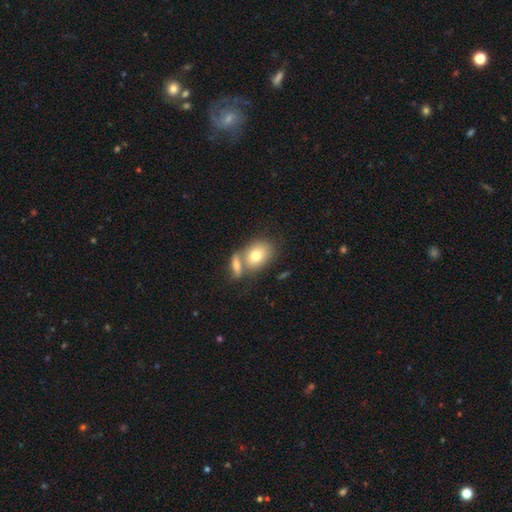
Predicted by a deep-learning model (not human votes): A smooth galaxy with no disk features (74%) that is in between round and cigar-shaped (75%).

Vote fractions:
- Smooth or featured? smooth: 74% / featured or disk: 18% / star or artifact: 7%
- How rounded? in between: 75% / round: 23% / cigar-shaped: 2%
- Merging? none: 43% / merger: 42% / minor disturbance: 10% / major disturbance: 4%